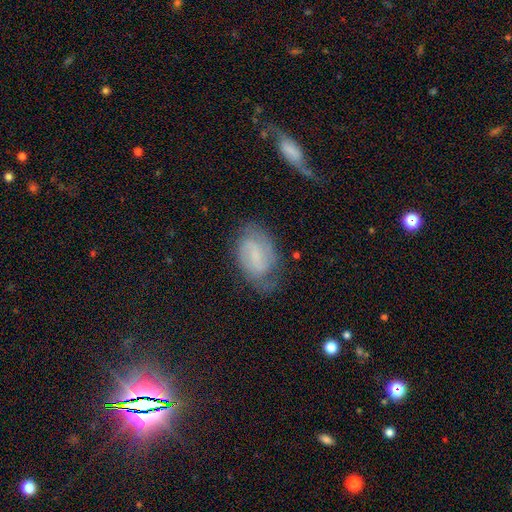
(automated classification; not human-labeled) The model was most divided on "spiral winding": medium: 44%, tight: 38%, loose: 18%. Remaining: edge-on disk — no (97%); spiral arms — yes (88%); spiral arm count — 2 (71%); smooth or featured — featured or disk (63%); merging — none (61%); bar — weak (53%); bulge size — small (49%).